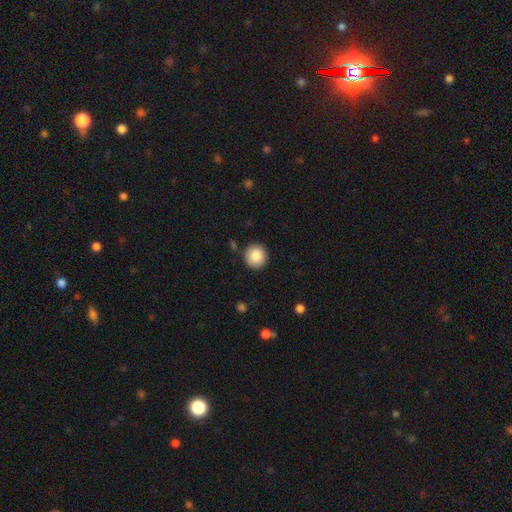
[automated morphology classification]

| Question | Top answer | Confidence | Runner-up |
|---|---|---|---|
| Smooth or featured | smooth | 86% | star or artifact (8%) |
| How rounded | round | 94% | in between (6%) |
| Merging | none | 90% | minor disturbance (6%) |